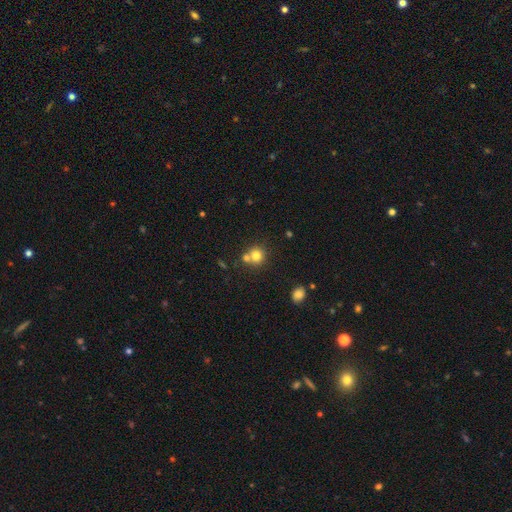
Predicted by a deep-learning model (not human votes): Morphology: type=smooth (77%); roundness=round (87%); merging=none (53%).